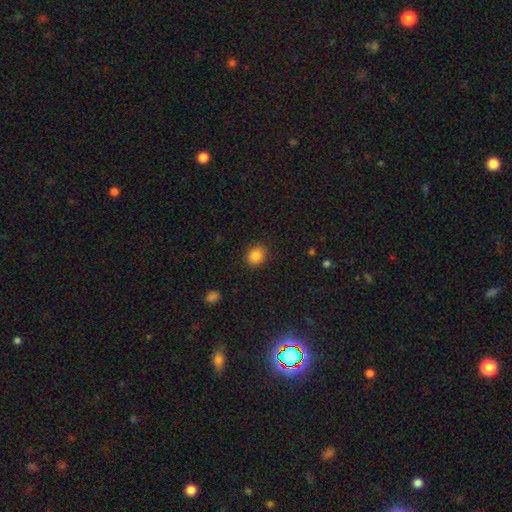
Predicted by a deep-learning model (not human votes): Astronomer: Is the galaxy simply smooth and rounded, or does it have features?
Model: smooth — 86%.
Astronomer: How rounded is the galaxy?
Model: round — 65%.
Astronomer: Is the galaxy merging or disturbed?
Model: none — 89%.